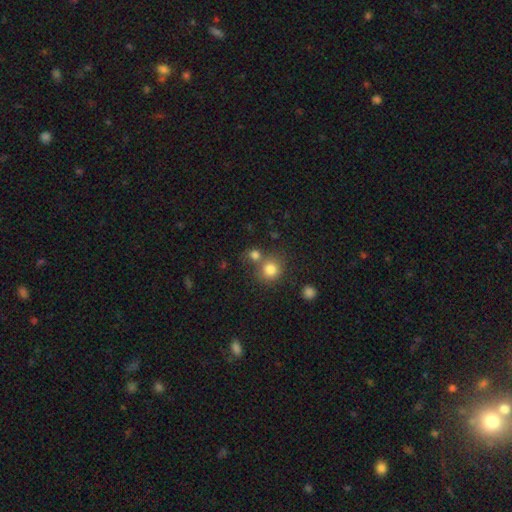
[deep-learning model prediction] The model was most divided on "merging": none: 58%, merger: 29%, minor disturbance: 9%, major disturbance: 4%. More confident: how rounded — round (85%); smooth or featured — smooth (78%).